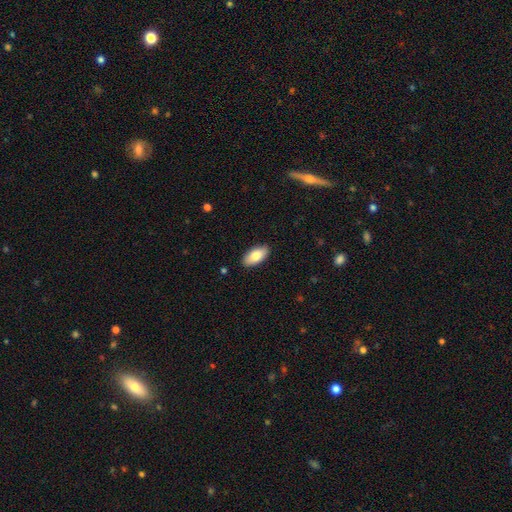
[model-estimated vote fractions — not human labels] The model was most divided on "smooth or featured": smooth: 83%, featured or disk: 11%, star or artifact: 6%. More confident: how rounded — in between (92%); merging — none (89%).